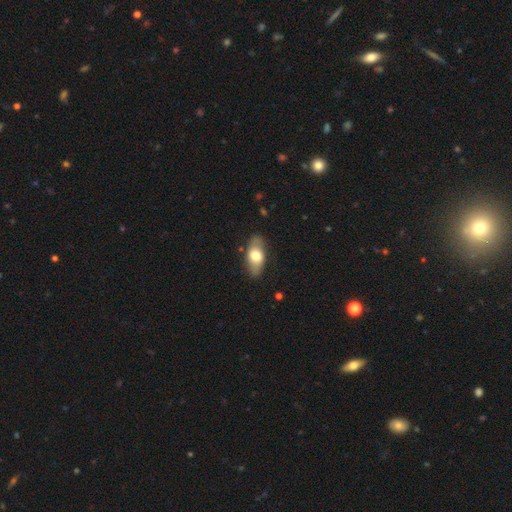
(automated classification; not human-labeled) Smooth or featured? smooth (64%)
How rounded? in between (88%)
Merging? none (81%)